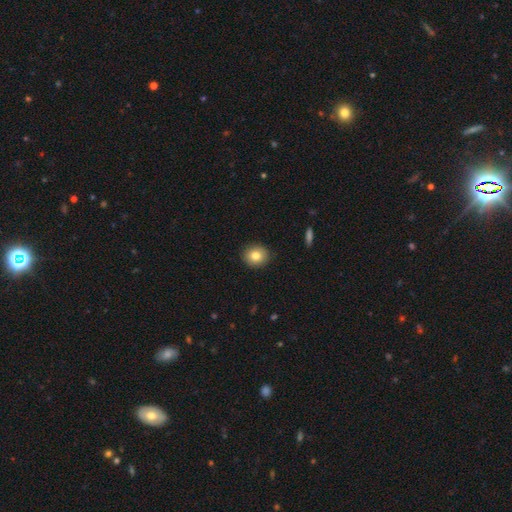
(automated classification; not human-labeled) Smooth or featured? smooth (80%)
How rounded? round (83%)
Merging? none (91%)